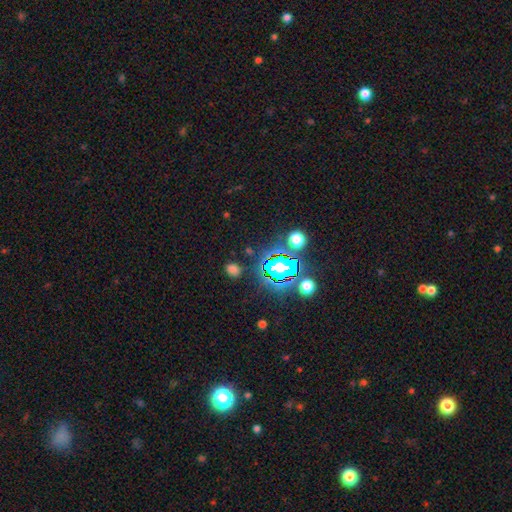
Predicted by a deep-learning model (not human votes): The model was most divided on "smooth or featured": star or artifact: 81%, smooth: 12%, featured or disk: 7%.